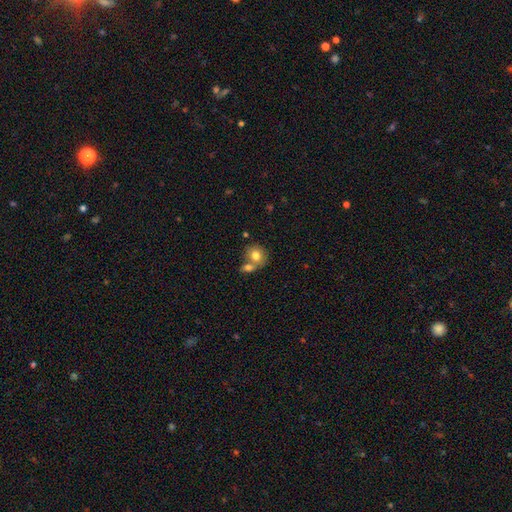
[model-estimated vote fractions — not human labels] smooth 77%, featured or disk 14%, star or artifact 9%. Down the decision tree: how rounded — round (70%); merging — merger (44%).